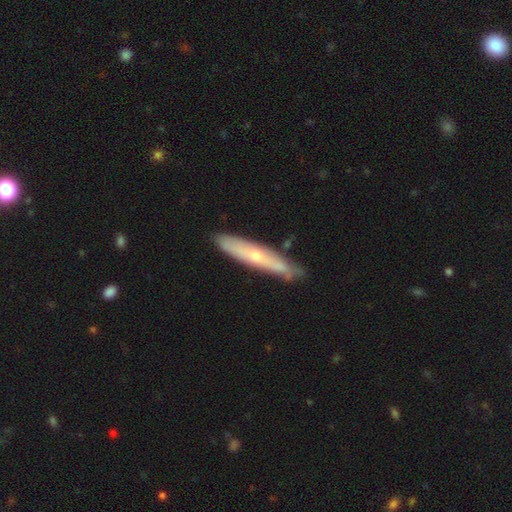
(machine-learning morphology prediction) A featured or disk galaxy (57%) viewed edge-on (72%). Merging: none (80%).